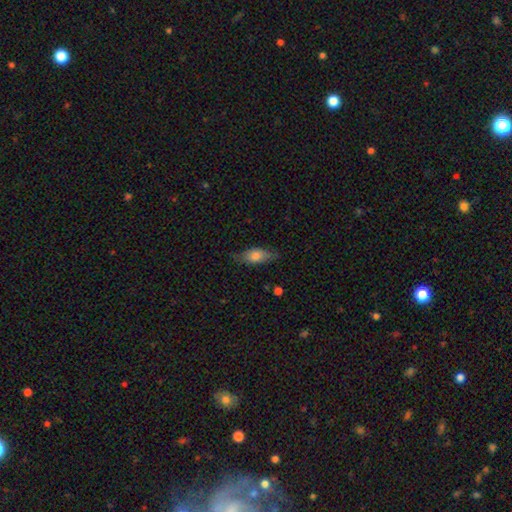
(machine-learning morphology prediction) The model was most divided on "smooth or featured": smooth: 69%, featured or disk: 24%, star or artifact: 7%. More confident: how rounded — in between (79%); merging — none (72%).